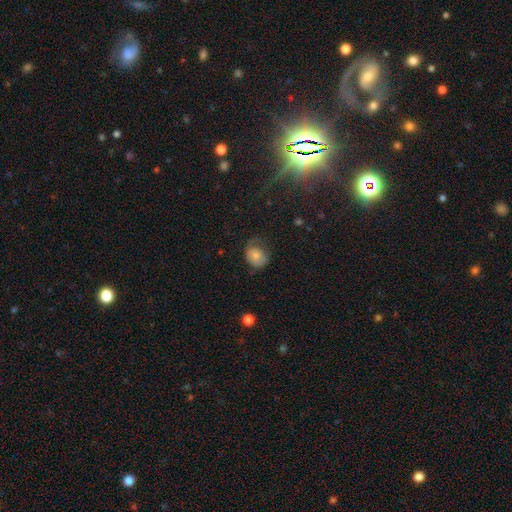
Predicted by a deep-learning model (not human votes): Overall: smooth (69%). How rounded: round (58%; in between 41%). Merging: none (42%; minor disturbance 32%).